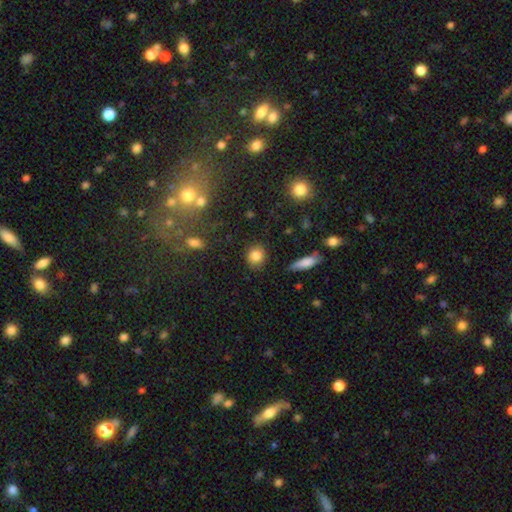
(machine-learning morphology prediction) This is clearly a smooth galaxy (84%). How rounded: clearly round (80%). Merging: clearly none (87%).